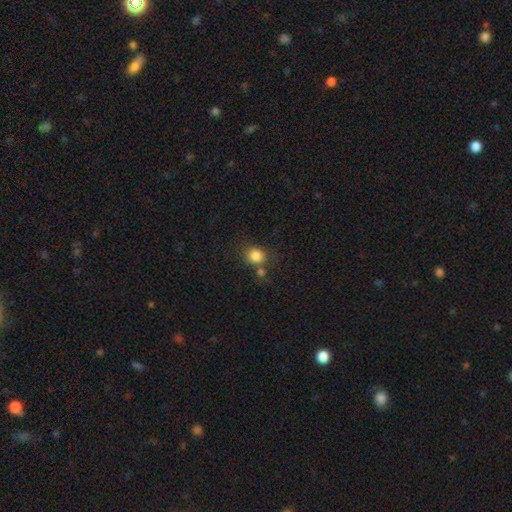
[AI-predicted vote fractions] This is clearly a smooth galaxy (83%). How rounded: likely round (71%). Merging: likely none (64%).